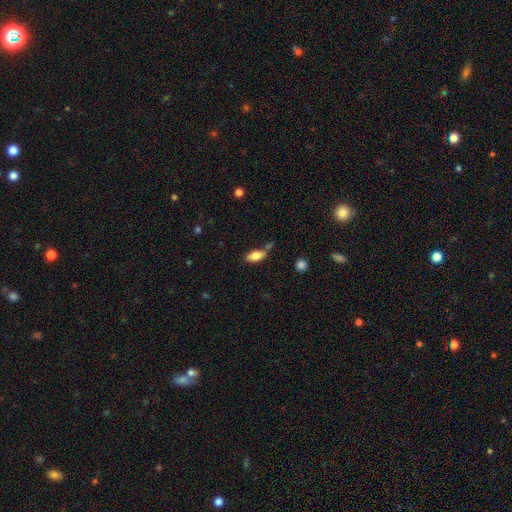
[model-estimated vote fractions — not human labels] Smooth or featured?
  - smooth: 80% *
  - featured or disk: 13%
  - star or artifact: 8%
How rounded?
  - in between: 87% *
  - cigar-shaped: 10%
  - round: 3%
Merging?
  - none: 61% *
  - minor disturbance: 20%
  - merger: 14%
  - major disturbance: 6%